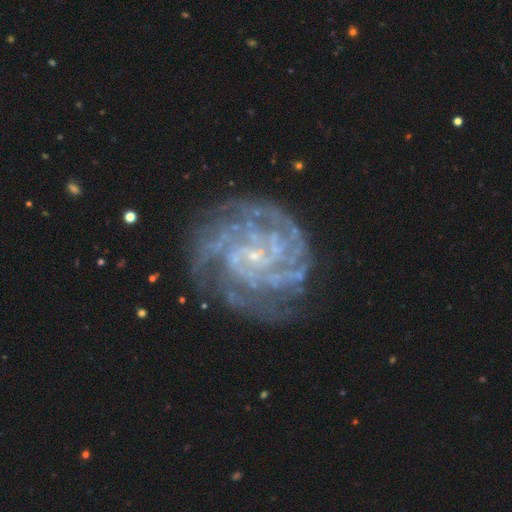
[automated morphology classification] A featured or disk galaxy (89%) with no bar (59%), 4 (24%) tight (73%) spiral arms (97%) and a small central bulge (81%). Merging: none (74%).